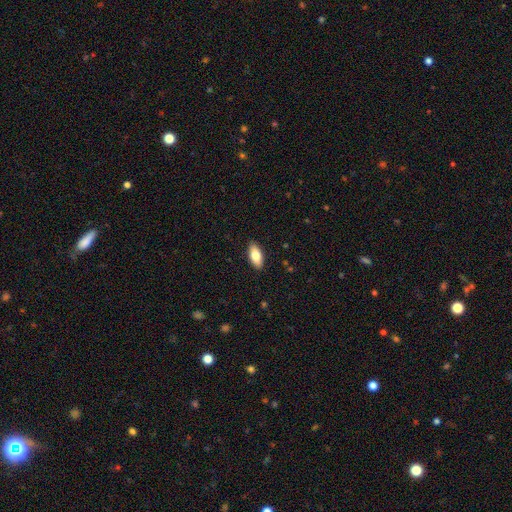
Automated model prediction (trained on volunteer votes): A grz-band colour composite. It shows a smooth galaxy with no disk features (79%) that is in between round and cigar-shaped (87%). Merging: none (89%).